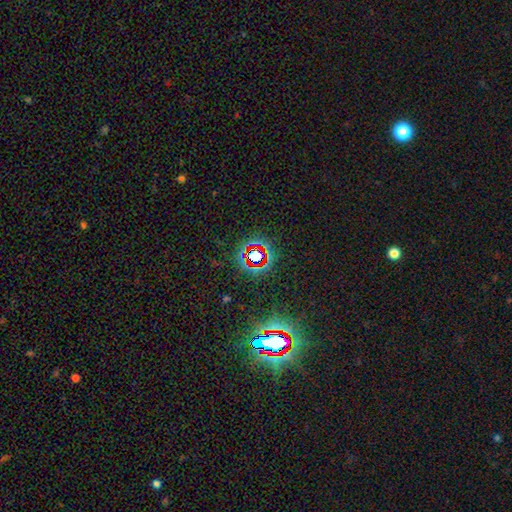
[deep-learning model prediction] Smooth or featured?
  - star or artifact: 76% *
  - smooth: 15%
  - featured or disk: 9%